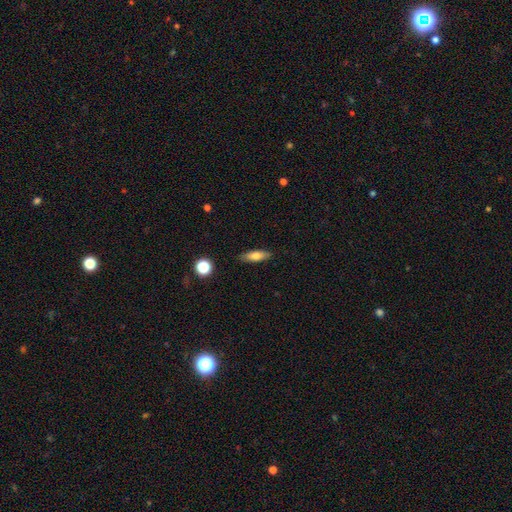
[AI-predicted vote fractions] Overall: smooth (71%). How rounded: in between (53%; cigar-shaped 44%). Merging: none (87%).